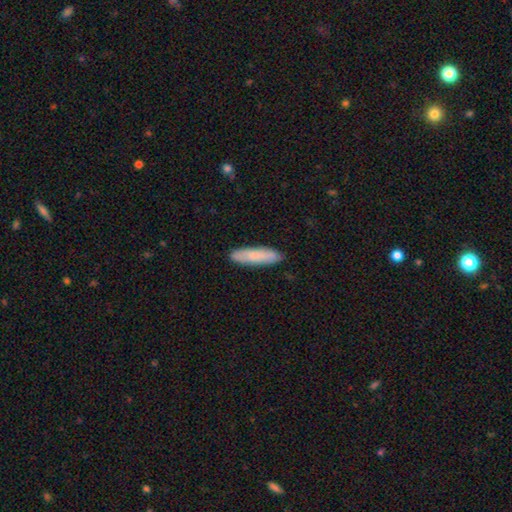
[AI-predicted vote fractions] Q: Smooth or featured?
A: smooth (80%); runner-up: featured or disk (15%)
Q: How rounded?
A: cigar-shaped (75%); runner-up: in between (23%)
Q: Merging?
A: none (88%); runner-up: minor disturbance (9%)